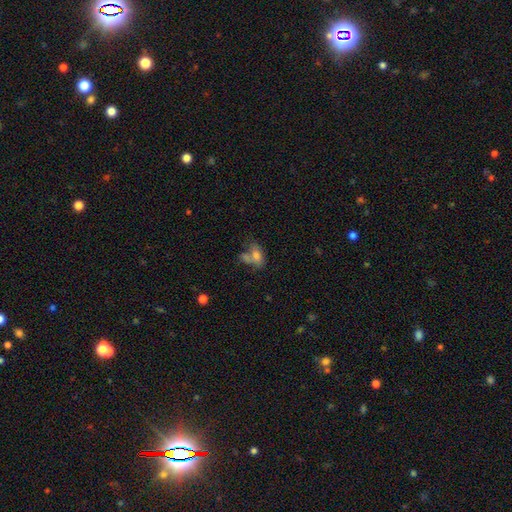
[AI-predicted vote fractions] Morphology: type=smooth (67%); roundness=in between (84%); merging=merger (37%).